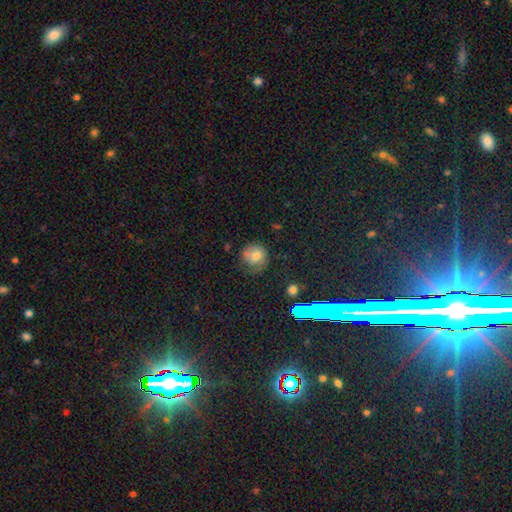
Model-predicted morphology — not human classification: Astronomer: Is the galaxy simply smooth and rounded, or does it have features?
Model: smooth — 67%.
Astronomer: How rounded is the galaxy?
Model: round — 84%.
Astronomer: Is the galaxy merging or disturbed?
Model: none — 61%.